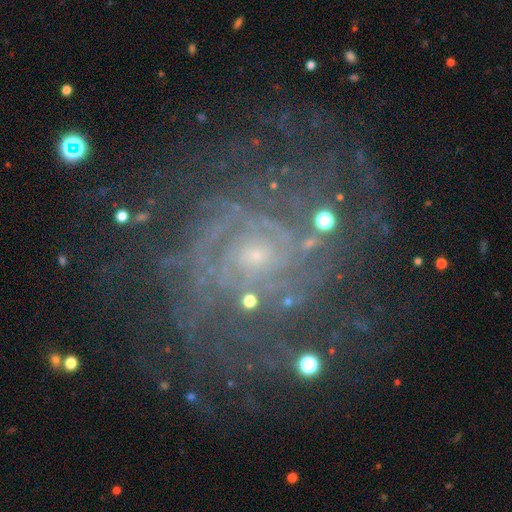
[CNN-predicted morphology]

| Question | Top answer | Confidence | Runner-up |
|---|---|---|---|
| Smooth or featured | featured or disk | 80% | star or artifact (12%) |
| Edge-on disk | no | 98% | yes (2%) |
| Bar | no | 66% | weak (28%) |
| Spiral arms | yes | 88% | no (12%) |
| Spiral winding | tight | 61% | medium (29%) |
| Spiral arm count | can't tell | 43% | 2 (19%) |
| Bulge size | small | 76% | moderate (13%) |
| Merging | none | 71% | minor disturbance (15%) |